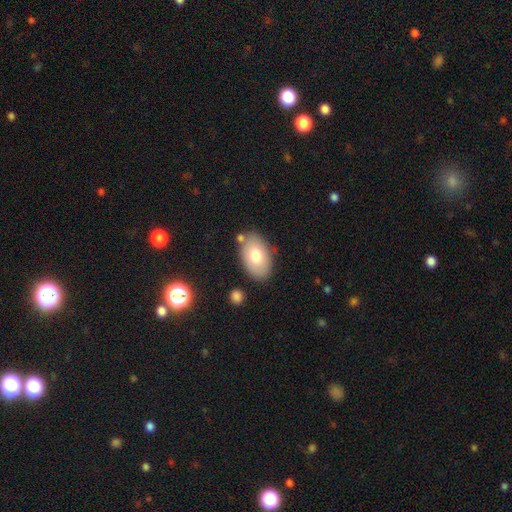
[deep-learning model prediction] The model was most divided on "smooth or featured": smooth: 73%, featured or disk: 20%, star or artifact: 7%. More confident: how rounded — in between (91%); merging — none (76%).